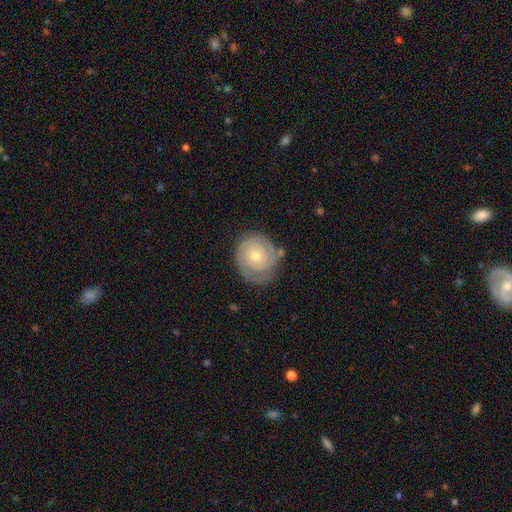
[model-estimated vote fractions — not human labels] This is likely a featured or disk galaxy (78%). It is clearly not viewed edge-on (98%). Bar: likely no (79%). Spiral arm pattern: clearly yes (92%). Spiral arm count: possibly 2 (48%). Spiral winding: likely tight (80%). Central bulge: possibly moderate (49%). Merging: likely none (71%).